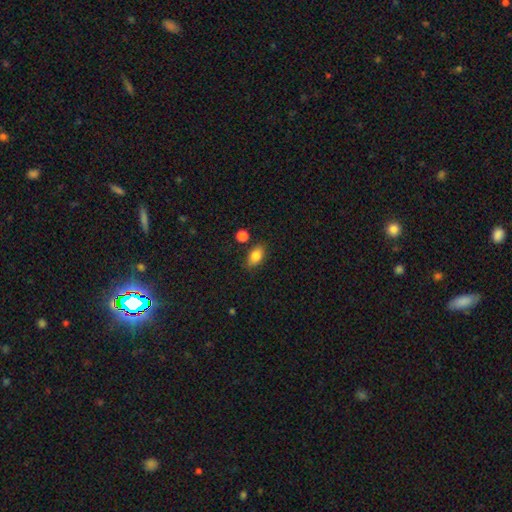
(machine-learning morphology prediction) This is clearly a smooth galaxy (83%). How rounded: clearly in between (85%). Merging: likely none (80%).